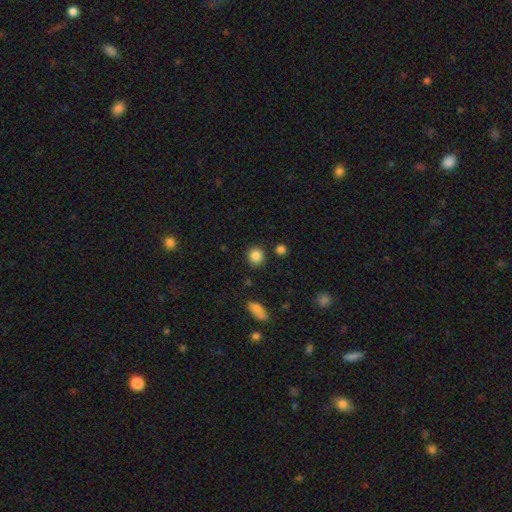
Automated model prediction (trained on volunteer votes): Smooth or featured: smooth — 86% (star or artifact — 10%)
How rounded: round — 88% (in between — 11%)
Merging: none — 86% (minor disturbance — 8%)